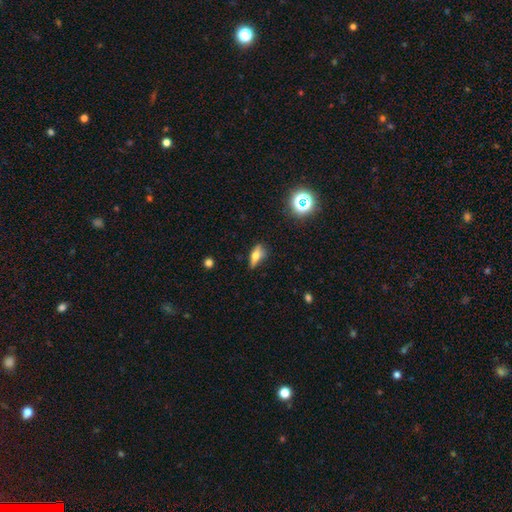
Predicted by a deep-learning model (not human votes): A smooth galaxy with no disk features (53%) that is in between round and cigar-shaped (65%).

Vote fractions:
- Smooth or featured? smooth: 53% / featured or disk: 36% / star or artifact: 11%
- How rounded? in between: 65% / cigar-shaped: 27% / round: 8%
- Merging? none: 66% / minor disturbance: 23% / major disturbance: 8% / merger: 3%